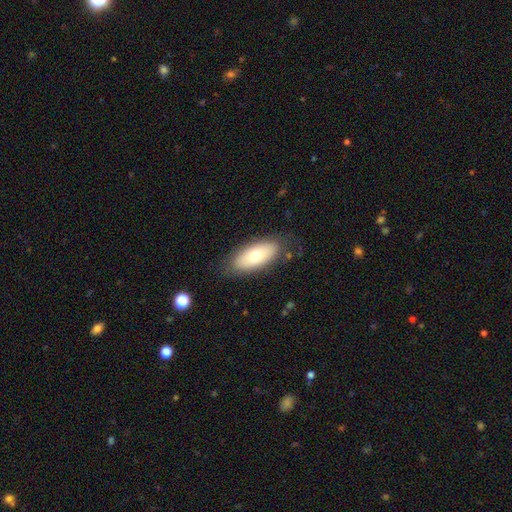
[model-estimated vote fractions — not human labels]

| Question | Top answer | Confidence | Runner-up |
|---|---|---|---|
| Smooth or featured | smooth | 73% | featured or disk (21%) |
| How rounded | in between | 86% | cigar-shaped (12%) |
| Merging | none | 81% | minor disturbance (13%) |